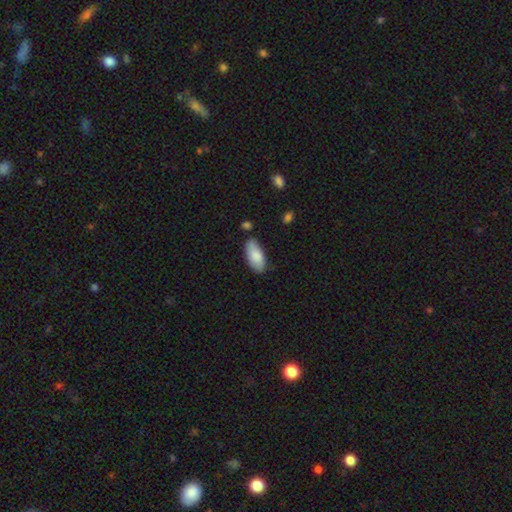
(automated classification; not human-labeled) Smooth or featured?
  - smooth: 84% *
  - featured or disk: 10%
  - star or artifact: 6%
How rounded?
  - in between: 88% *
  - cigar-shaped: 10%
  - round: 2%
Merging?
  - none: 76% *
  - minor disturbance: 17%
  - merger: 4%
  - major disturbance: 3%